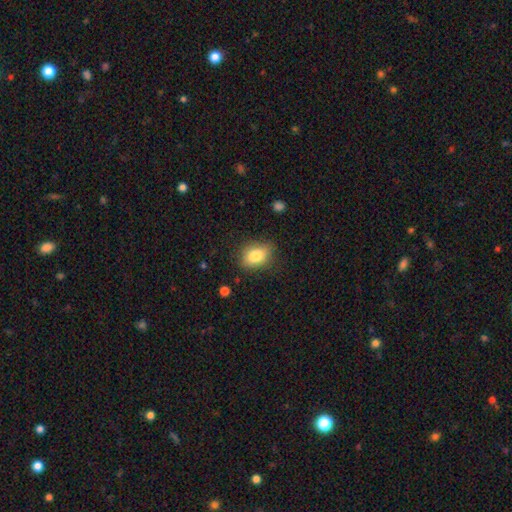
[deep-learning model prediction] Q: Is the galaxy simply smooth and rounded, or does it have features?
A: smooth — 81%.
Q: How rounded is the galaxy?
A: in between — 75%.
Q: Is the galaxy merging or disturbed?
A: none — 79%.